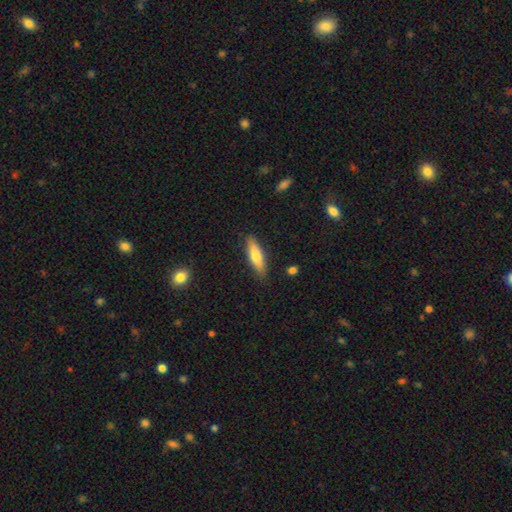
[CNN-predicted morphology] Smooth or featured? smooth (67%)
How rounded? cigar-shaped (64%)
Merging? none (86%)